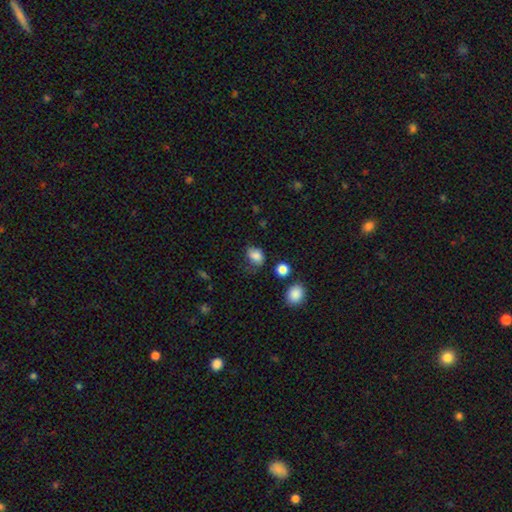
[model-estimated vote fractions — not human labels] Smooth or featured: smooth — 83% (star or artifact — 10%)
How rounded: in between — 65% (round — 34%)
Merging: none — 50% (minor disturbance — 32%)